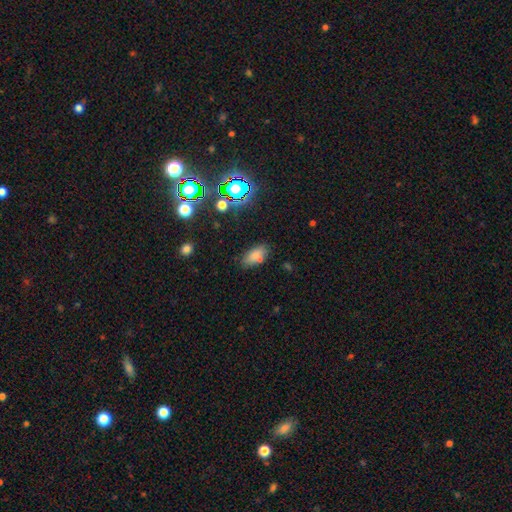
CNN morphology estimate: The model was most divided on "merging": none: 70%, minor disturbance: 17%, merger: 8%, major disturbance: 5%. More confident: how rounded — in between (88%); smooth or featured — smooth (75%).